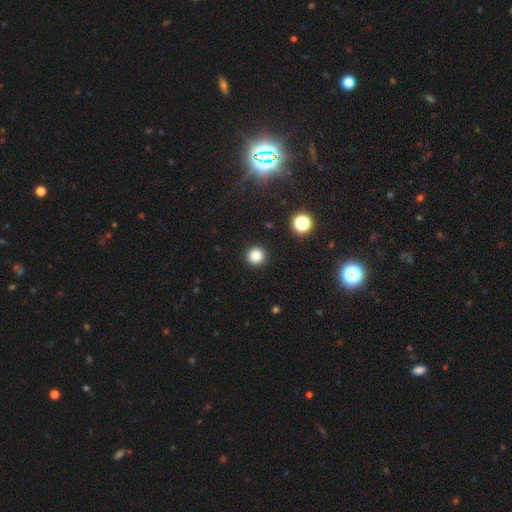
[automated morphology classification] A smooth galaxy with no disk features (82%) that is round (95%). Merging: none (93%).